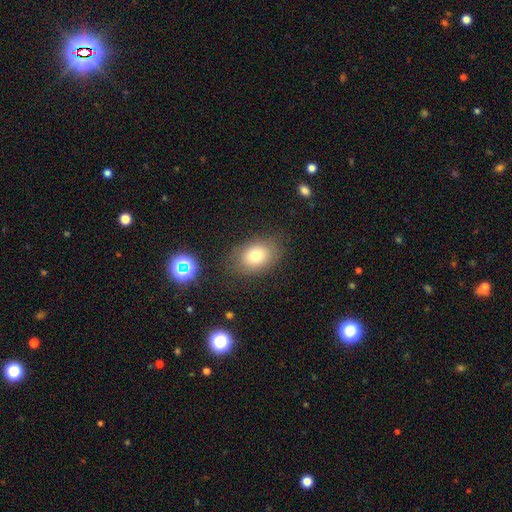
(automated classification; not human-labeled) smooth-or-featured: smooth: 76% | star or artifact: 12% | featured or disk: 12%
  how-rounded: in between: 70% | round: 29% | cigar-shaped: 1%
  merging: none: 81% | minor disturbance: 13% | major disturbance: 5% | merger: 2%